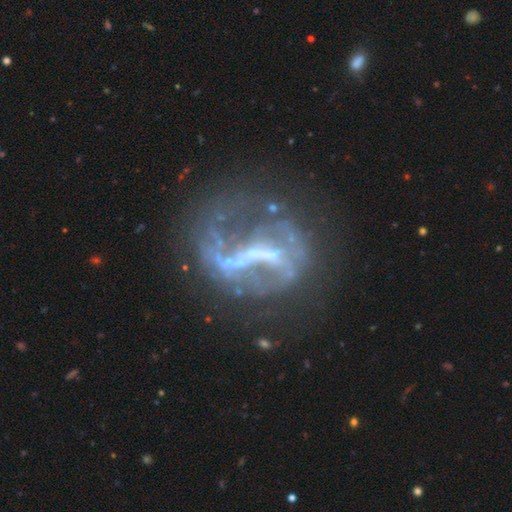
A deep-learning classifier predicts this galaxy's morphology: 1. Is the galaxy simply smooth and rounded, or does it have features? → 80% featured or disk, 12% star or artifact, 9% smooth.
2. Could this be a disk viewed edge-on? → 96% no, 4% yes.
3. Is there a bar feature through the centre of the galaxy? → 50% strong, 32% weak, 18% no.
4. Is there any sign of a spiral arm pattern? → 65% yes, 35% no.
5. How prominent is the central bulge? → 41% small (tied), 41% none (tied), 15% moderate, 2% large, 1% dominant.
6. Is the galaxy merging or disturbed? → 45% none, 32% major disturbance, 16% minor disturbance, 7% merger.